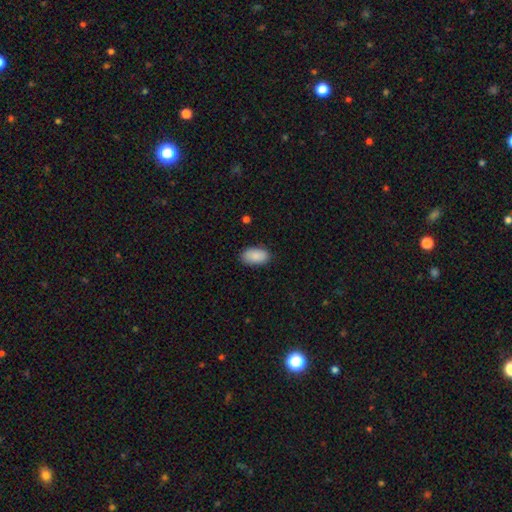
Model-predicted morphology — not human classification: A smooth galaxy with no disk features (89%) that is in between round and cigar-shaped (94%). Merging: none (85%).